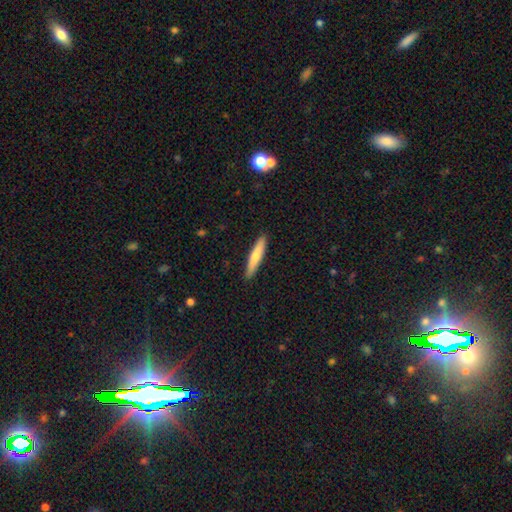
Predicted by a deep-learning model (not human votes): Smooth or featured? smooth (70%)
How rounded? cigar-shaped (90%)
Merging? none (91%)